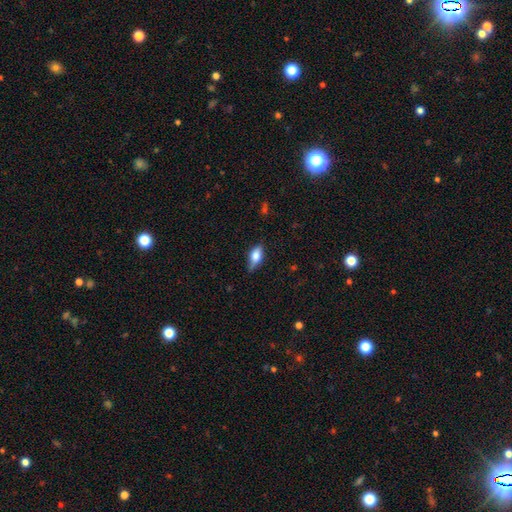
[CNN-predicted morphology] A smooth galaxy with no disk features (68%) that is in between round and cigar-shaped (83%).

Vote fractions:
- Smooth or featured? smooth: 68% / featured or disk: 24% / star or artifact: 8%
- How rounded? in between: 83% / cigar-shaped: 12% / round: 5%
- Merging? none: 66% / minor disturbance: 27% / major disturbance: 5% / merger: 2%